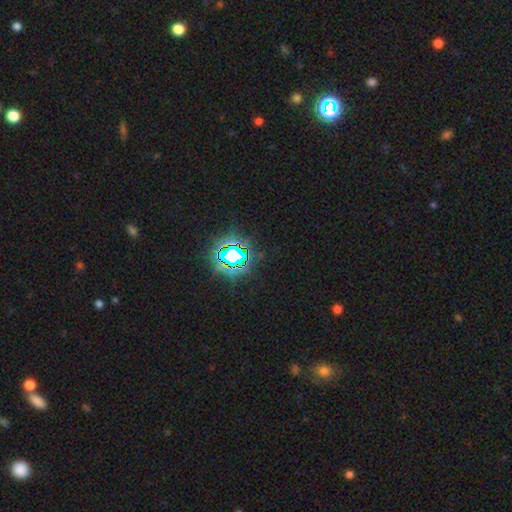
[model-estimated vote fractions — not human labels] A star or artifact, not a galaxy (80%).

Vote fractions:
- Smooth or featured? star or artifact: 80% / smooth: 13% / featured or disk: 7%